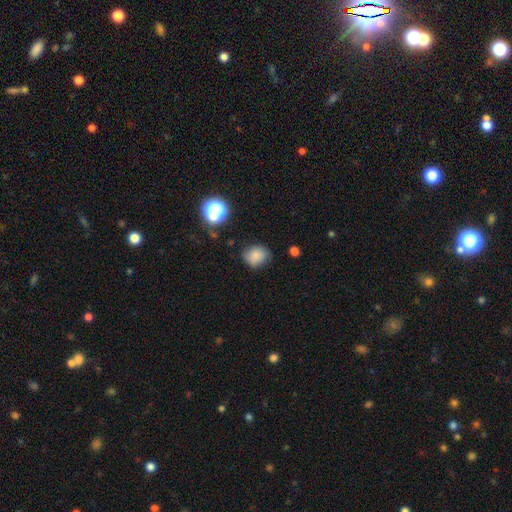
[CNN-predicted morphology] Smooth or featured? Predicted: smooth (p=0.82). How rounded? Predicted: round (p=0.61). Merging? Predicted: none (p=0.73).